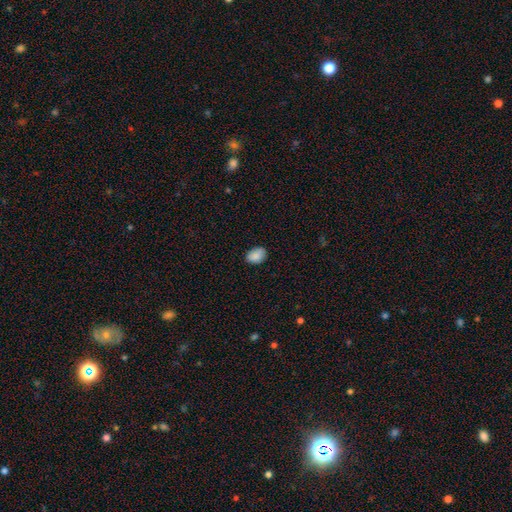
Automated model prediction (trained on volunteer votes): This appears to be a smooth galaxy with no disk features (88%) that is in between round and cigar-shaped (74%). Merging: none (81%).